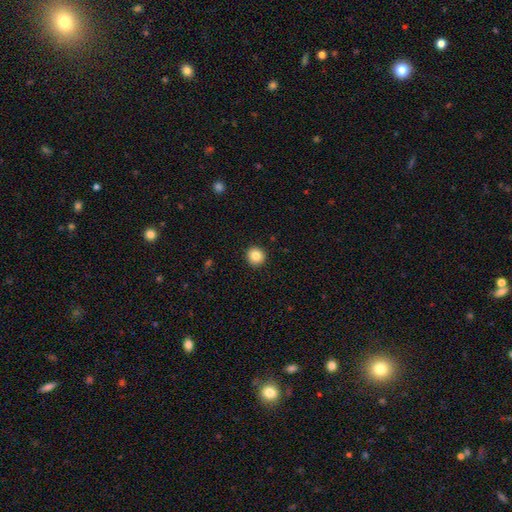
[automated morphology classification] smooth 84%, star or artifact 10%, featured or disk 6%. Down the decision tree: how rounded — round (94%); merging — none (93%).